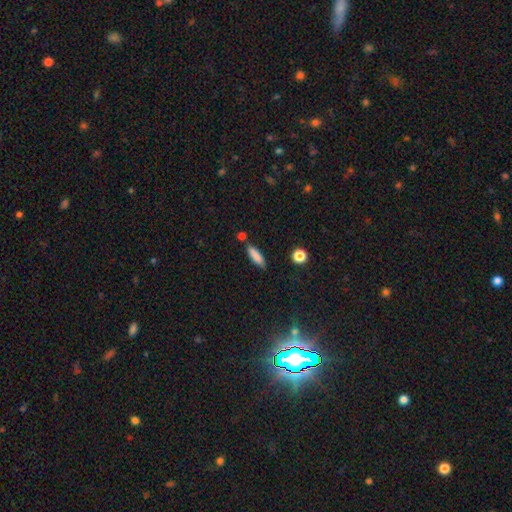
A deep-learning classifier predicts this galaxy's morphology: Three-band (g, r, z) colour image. It shows a smooth galaxy with no disk features (83%) that is cigar-shaped (67%). Merging: none (78%).